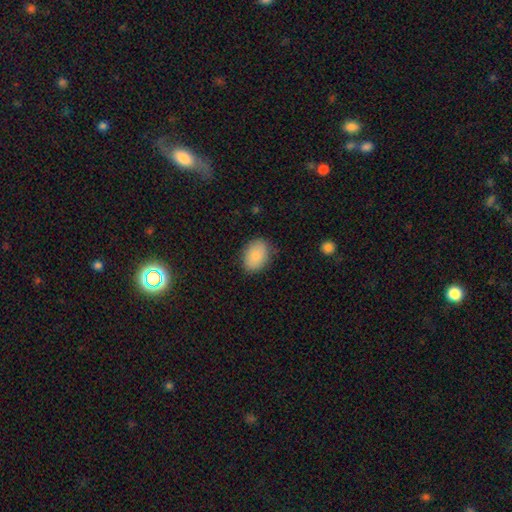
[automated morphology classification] Smooth or featured?
  - smooth: 86% *
  - featured or disk: 7%
  - star or artifact: 7%
How rounded?
  - in between: 72% *
  - round: 26%
  - cigar-shaped: 1%
Merging?
  - none: 80% *
  - minor disturbance: 15%
  - major disturbance: 3%
  - merger: 1%